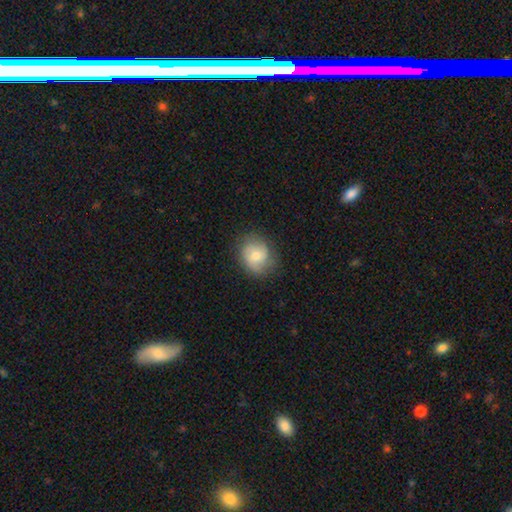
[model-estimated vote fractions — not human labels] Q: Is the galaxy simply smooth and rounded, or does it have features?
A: smooth — 65%.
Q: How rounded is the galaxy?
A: round — 71%.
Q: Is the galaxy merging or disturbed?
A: none — 78%.